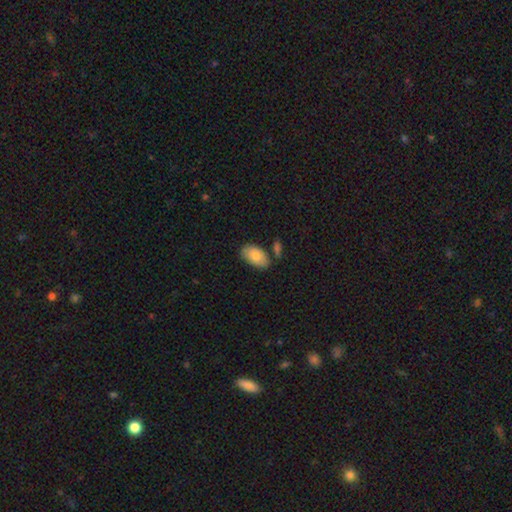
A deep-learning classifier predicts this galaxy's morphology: type=smooth (78%); roundness=in between (94%); merging=none (70%).